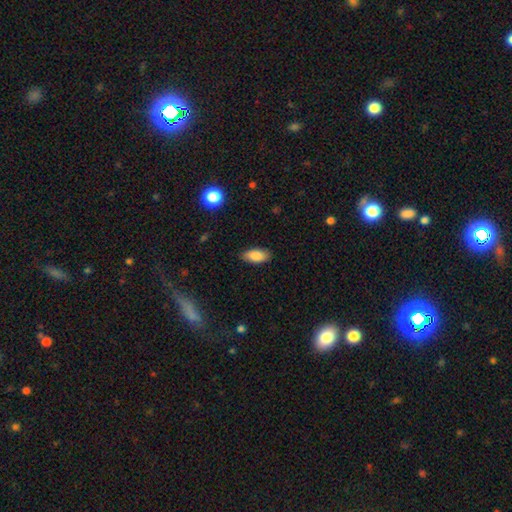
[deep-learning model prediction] A smooth galaxy with no disk features (86%) that is in between round and cigar-shaped (90%).

Vote fractions:
- Smooth or featured? smooth: 86% / featured or disk: 7% / star or artifact: 7%
- How rounded? in between: 90% / cigar-shaped: 7% / round: 3%
- Merging? none: 86% / minor disturbance: 11% / major disturbance: 2% / merger: 1%